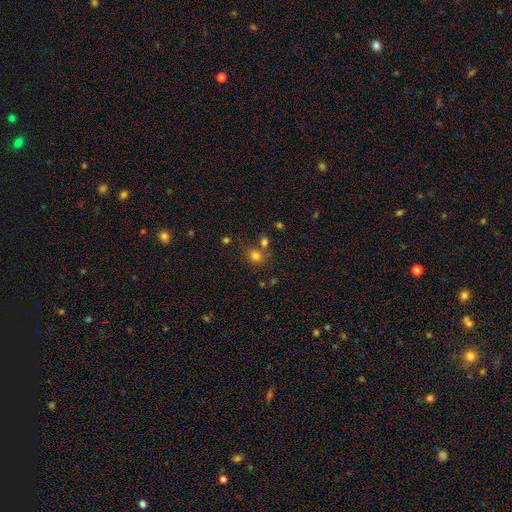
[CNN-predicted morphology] A smooth galaxy with no disk features (78%) that is round (61%). Merging: none (62%).